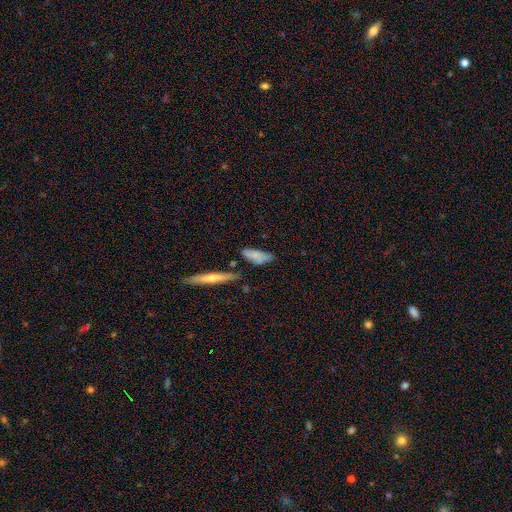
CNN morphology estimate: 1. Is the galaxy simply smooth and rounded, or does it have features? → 71% smooth, 21% featured or disk, 8% star or artifact.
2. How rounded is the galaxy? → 62% in between, 35% cigar-shaped, 3% round.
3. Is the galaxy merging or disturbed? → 57% none, 27% minor disturbance, 8% merger, 8% major disturbance.